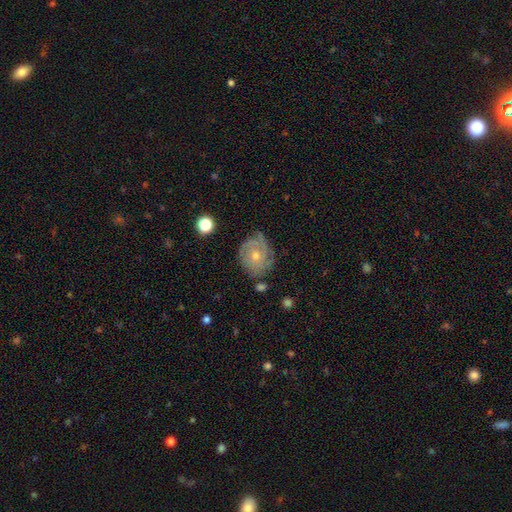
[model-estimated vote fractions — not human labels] smooth_or_featured: featured or disk (p=0.72) [alt: smooth p=0.19]
disk_edge_on: no (p=0.97) [alt: yes p=0.03]
bar: no (p=0.83) [alt: weak p=0.15]
has_spiral_arms: yes (p=0.89) [alt: no p=0.11]
spiral_winding: tight (p=0.72) [alt: medium p=0.22]
spiral_arm_count: can't tell (p=0.37) [alt: 3 p=0.23]
bulge_size: moderate (p=0.51) [alt: small p=0.46]
merging: none (p=0.74) [alt: minor disturbance p=0.18]